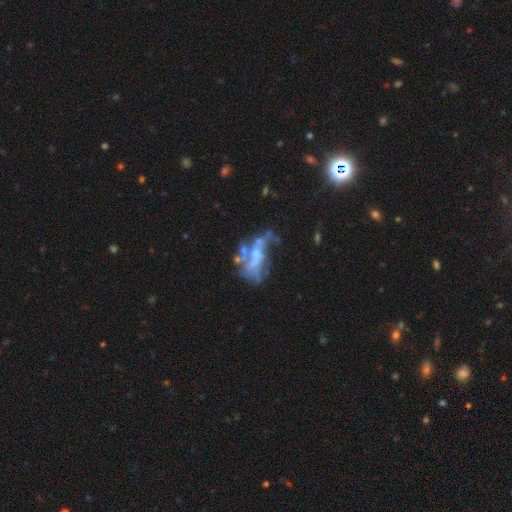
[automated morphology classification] smooth_or_featured: featured or disk (p=0.66) [alt: smooth p=0.19]
disk_edge_on: no (p=0.97) [alt: yes p=0.03]
bar: no (p=0.81) [alt: weak p=0.14]
has_spiral_arms: no (p=0.82) [alt: yes p=0.18]
bulge_size: none (p=0.43) [alt: small p=0.27]
merging: major disturbance (p=0.34) [alt: merger p=0.26]